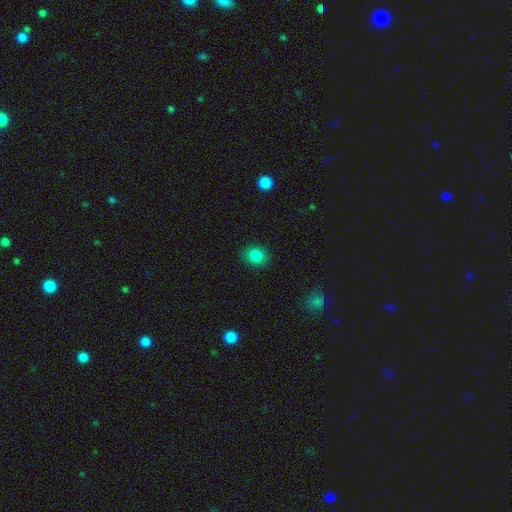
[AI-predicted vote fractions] smooth-or-featured: smooth: 83% | star or artifact: 11% | featured or disk: 6%
  how-rounded: round: 67% | in between: 32% | cigar-shaped: 1%
  merging: none: 88% | minor disturbance: 9% | major disturbance: 2% | merger: 1%